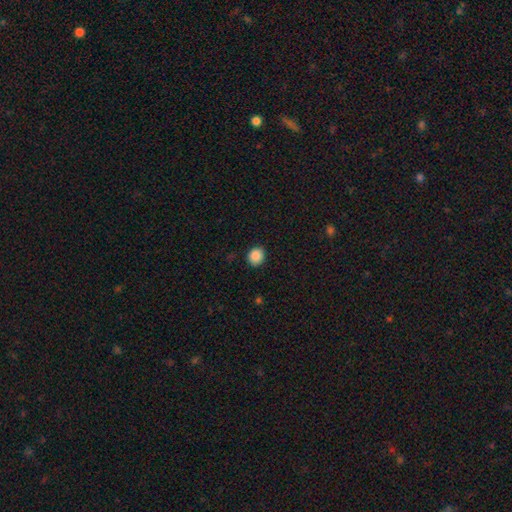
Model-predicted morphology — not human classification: A smooth galaxy with no disk features (88%) that is round (79%).

Vote fractions:
- Smooth or featured? smooth: 88% / star or artifact: 9% / featured or disk: 3%
- How rounded? round: 79% / in between: 20% / cigar-shaped: 1%
- Merging? none: 89% / minor disturbance: 8% / major disturbance: 2% / merger: 1%